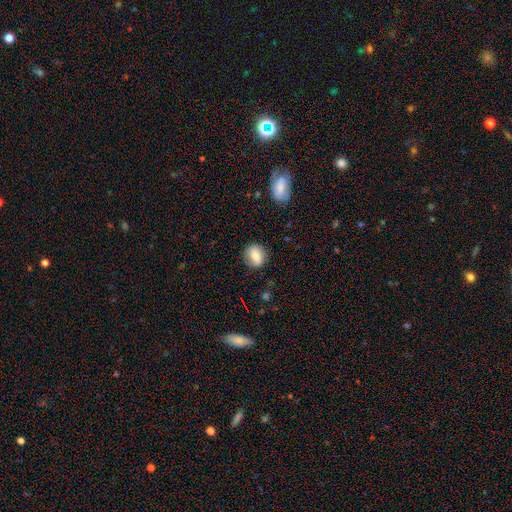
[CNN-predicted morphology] smooth 69%, featured or disk 22%, star or artifact 9%. Down the decision tree: how rounded — round (59%); merging — none (82%).